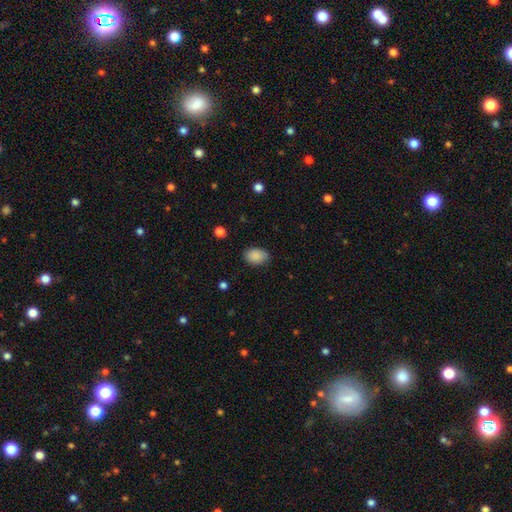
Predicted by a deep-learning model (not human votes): smooth_or_featured: smooth (p=0.89) [alt: star or artifact p=0.07]
how_rounded: in between (p=0.84) [alt: round p=0.15]
merging: none (p=0.83) [alt: minor disturbance p=0.13]